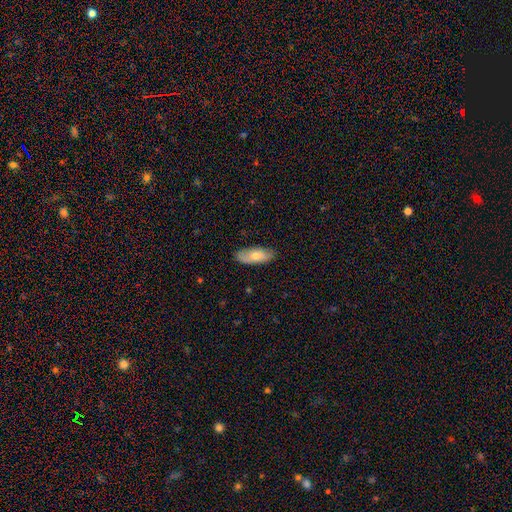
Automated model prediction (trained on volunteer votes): smooth 66%, featured or disk 28%, star or artifact 6%. Down the decision tree: how rounded — in between (78%); merging — none (83%).